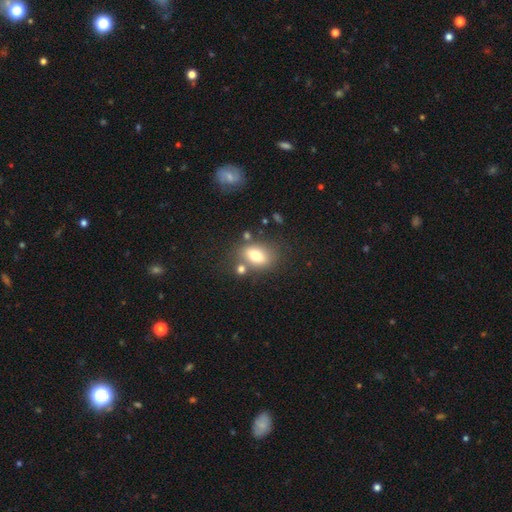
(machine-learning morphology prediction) A smooth galaxy with no disk features (75%) that is in between round and cigar-shaped (78%).

Vote fractions:
- Smooth or featured? smooth: 75% / featured or disk: 16% / star or artifact: 10%
- How rounded? in between: 78% / round: 19% / cigar-shaped: 3%
- Merging? none: 64% / merger: 16% / minor disturbance: 14% / major disturbance: 6%